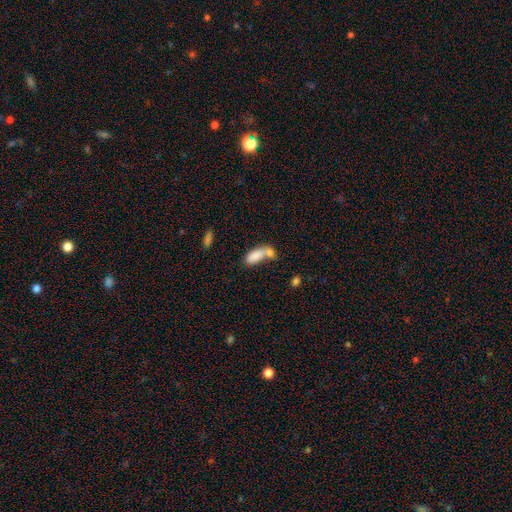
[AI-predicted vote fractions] smooth-or-featured: smooth: 81% | featured or disk: 11% | star or artifact: 8%
  how-rounded: in between: 84% | cigar-shaped: 13% | round: 3%
  merging: merger: 60% | none: 23% | minor disturbance: 10% | major disturbance: 7%